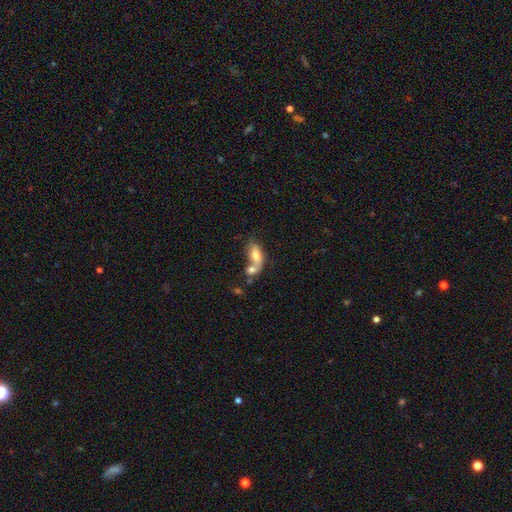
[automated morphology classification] Smooth or featured?
  - smooth: 69% *
  - featured or disk: 23%
  - star or artifact: 8%
How rounded?
  - in between: 82% *
  - cigar-shaped: 11%
  - round: 7%
Merging?
  - merger: 60% *
  - none: 22%
  - minor disturbance: 10%
  - major disturbance: 8%